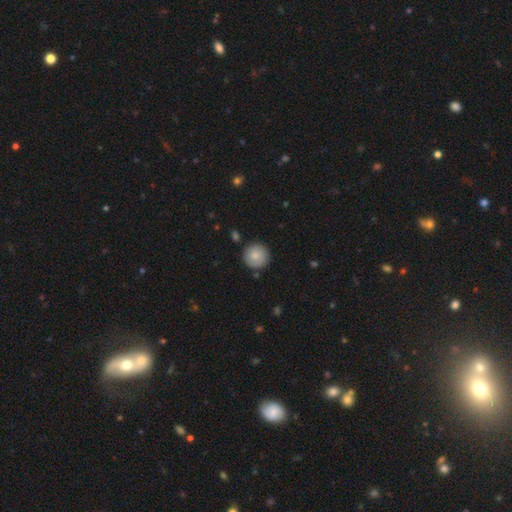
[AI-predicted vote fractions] A smooth galaxy with no disk features (82%) that is round (95%). Merging: none (87%).